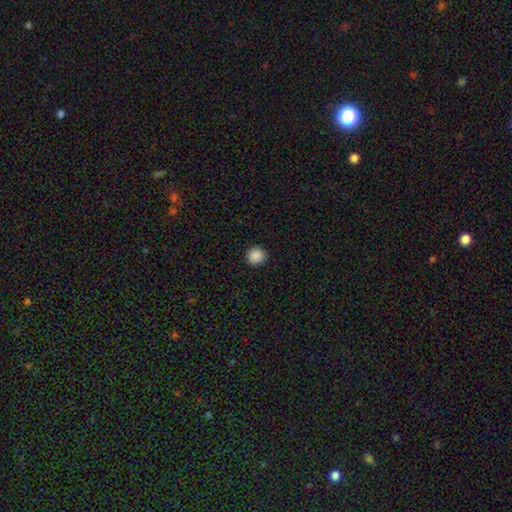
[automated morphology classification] Smooth or featured? Predicted: smooth (p=0.89). How rounded? Predicted: round (p=0.93). Merging? Predicted: none (p=0.92).